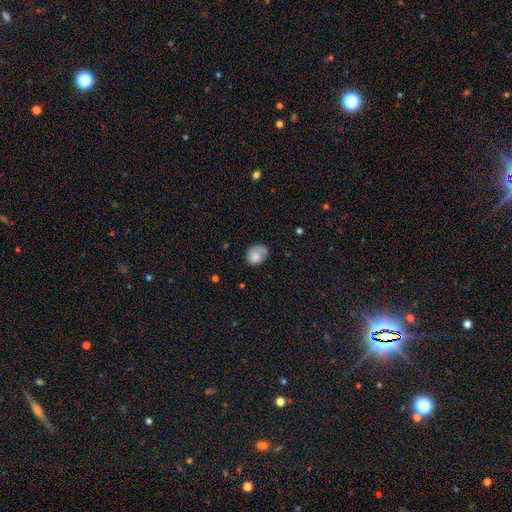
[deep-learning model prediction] A smooth galaxy with no disk features (76%) that is in between round and cigar-shaped (52%). Merging: none (46%).